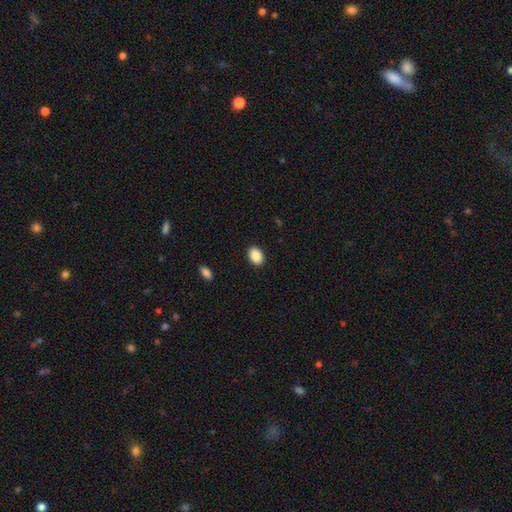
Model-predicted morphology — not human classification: A smooth galaxy with no disk features (89%) that is in between round and cigar-shaped (79%).

Vote fractions:
- Smooth or featured? smooth: 89% / star or artifact: 7% / featured or disk: 4%
- How rounded? in between: 79% / round: 20% / cigar-shaped: 1%
- Merging? none: 90% / minor disturbance: 7% / major disturbance: 2% / merger: 1%